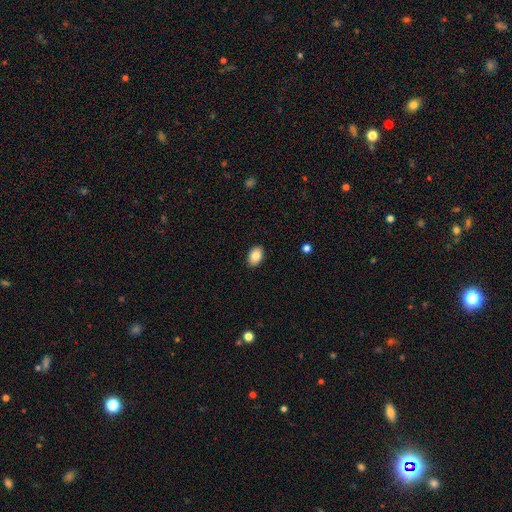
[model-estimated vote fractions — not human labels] Smooth or featured? smooth (85%)
How rounded? in between (87%)
Merging? none (90%)